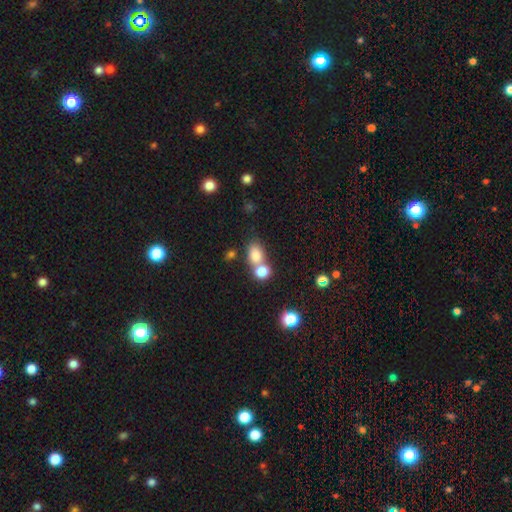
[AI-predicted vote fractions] This is likely a smooth galaxy (79%). How rounded: likely in between (65%). Merging: possibly merger (49%).